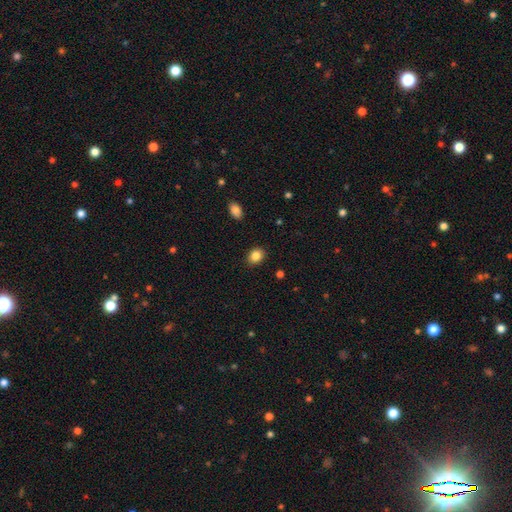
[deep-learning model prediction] Smooth or featured?
  - smooth: 85% *
  - star or artifact: 9%
  - featured or disk: 5%
How rounded?
  - in between: 51% *
  - round: 48%
  - cigar-shaped: 1%
Merging?
  - none: 89% *
  - minor disturbance: 8%
  - major disturbance: 2%
  - merger: 1%